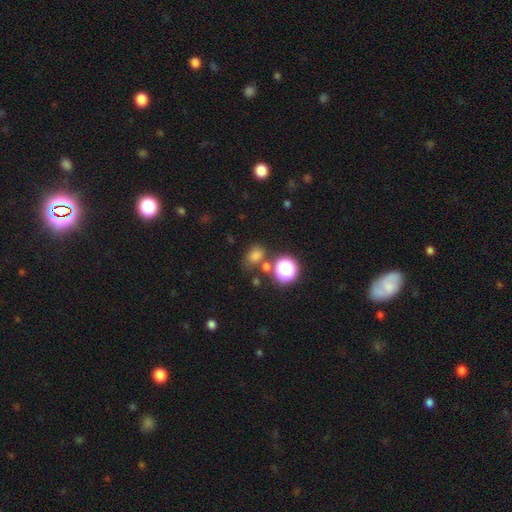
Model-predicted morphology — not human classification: Q: Smooth or featured?
A: smooth (72%); runner-up: star or artifact (21%)
Q: How rounded?
A: in between (52%); runner-up: round (47%)
Q: Merging?
A: none (65%); runner-up: minor disturbance (15%)